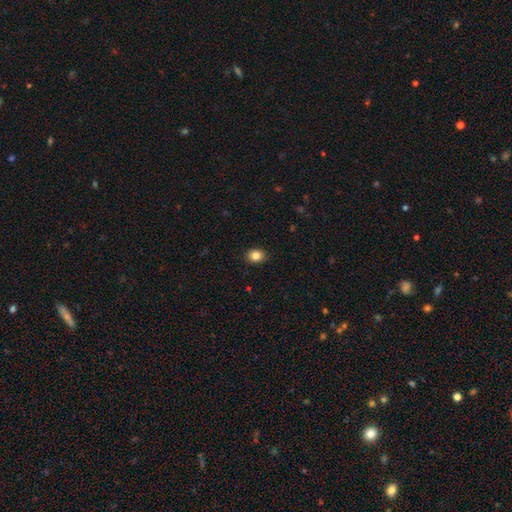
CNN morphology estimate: This appears to be a smooth galaxy with no disk features (85%) that is in between round and cigar-shaped (50%). Merging: none (90%).